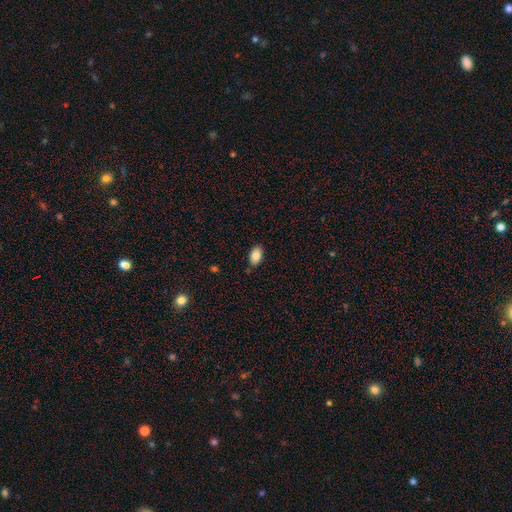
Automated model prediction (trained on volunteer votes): Overall: smooth (86%). How rounded: in between (92%). Merging: none (84%).